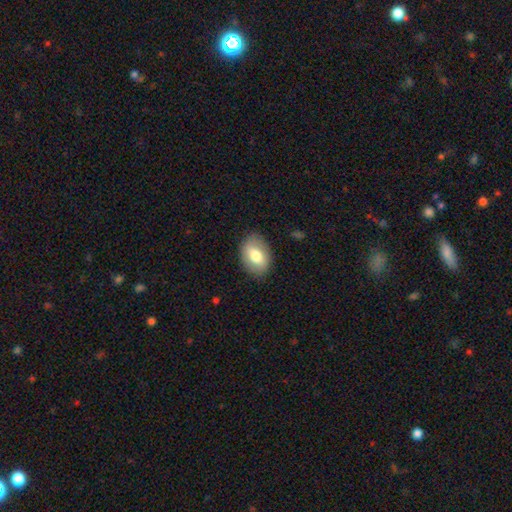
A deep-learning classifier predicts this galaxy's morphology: Smooth or featured: smooth — 70% (featured or disk — 24%)
How rounded: in between — 84% (round — 15%)
Merging: none — 84% (minor disturbance — 12%)